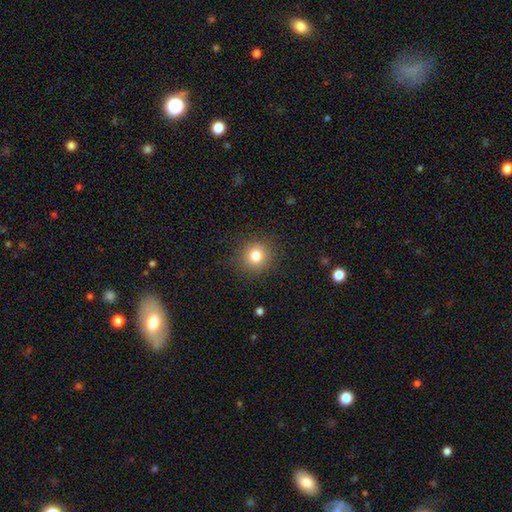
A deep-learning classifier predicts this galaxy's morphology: smooth 81%, star or artifact 12%, featured or disk 7%. Down the decision tree: how rounded — round (90%); merging — none (89%).